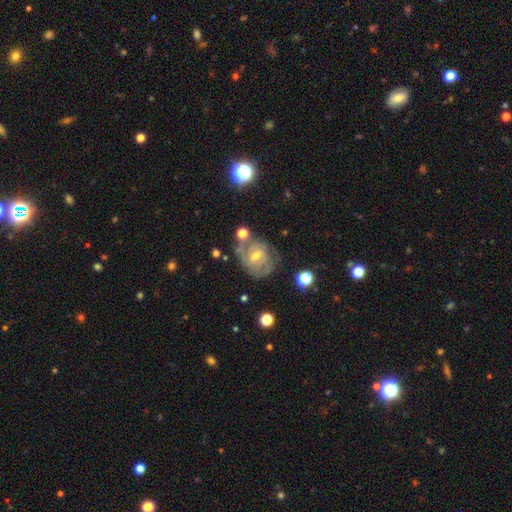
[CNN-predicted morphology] smooth-or-featured: featured or disk: 75% | smooth: 16% | star or artifact: 9%
  disk-edge-on: no: 97% | yes: 3%
    bar: weak: 53% | no: 33% | strong: 14%
    has-spiral-arms: yes: 88% | no: 12%
      spiral-winding: tight: 50% | medium: 38% | loose: 11%
      spiral-arm-count: 2: 44% | can't tell: 31% | 3: 14% | 1: 4% | 4: 4% | more than 4: 3%
    bulge-size: small: 50% | moderate: 46% | none: 2% | large: 2% | dominant: 1%
  merging: none: 60% | minor disturbance: 21% | major disturbance: 11% | merger: 8%